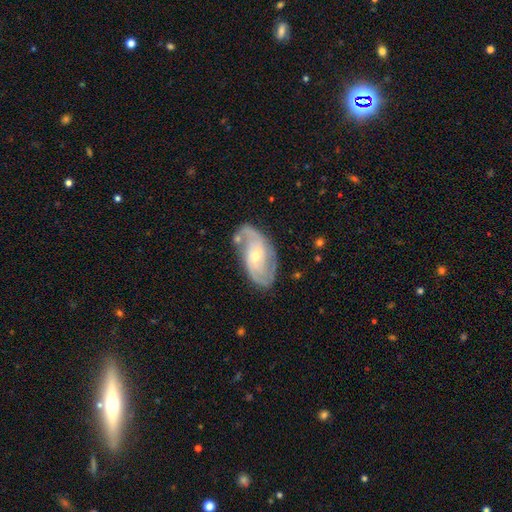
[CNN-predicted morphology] smooth-or-featured: featured or disk: 84% | smooth: 10% | star or artifact: 6%
  disk-edge-on: no: 96% | yes: 4%
    bar: no: 54% | weak: 35% | strong: 11%
    has-spiral-arms: yes: 95% | no: 5%
      spiral-winding: medium: 45% | tight: 35% | loose: 20%
      spiral-arm-count: 2: 78% | can't tell: 10% | 3: 6% | 1: 3% | 4: 2% | more than 4: 2%
    bulge-size: small: 64% | moderate: 33% | large: 1% | none: 1% | dominant: 1%
  merging: none: 71% | minor disturbance: 18% | major disturbance: 7% | merger: 4%